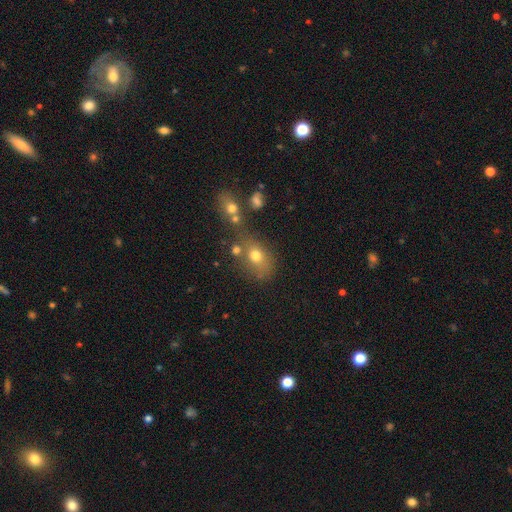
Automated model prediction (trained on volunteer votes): Morphology: type=smooth (70%); roundness=in between (58%); merging=none (44%).